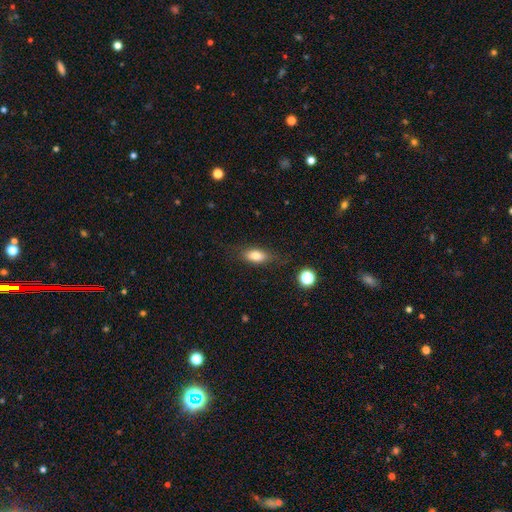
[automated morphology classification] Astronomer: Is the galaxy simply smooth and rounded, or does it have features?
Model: smooth — 76%.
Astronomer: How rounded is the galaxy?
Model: in between — 80%.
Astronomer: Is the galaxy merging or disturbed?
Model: none — 75%.